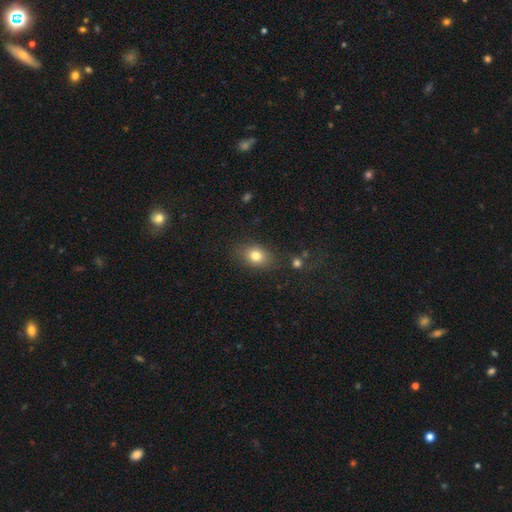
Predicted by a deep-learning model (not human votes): smooth 79%, star or artifact 11%, featured or disk 10%. Down the decision tree: how rounded — in between (61%); merging — none (80%).